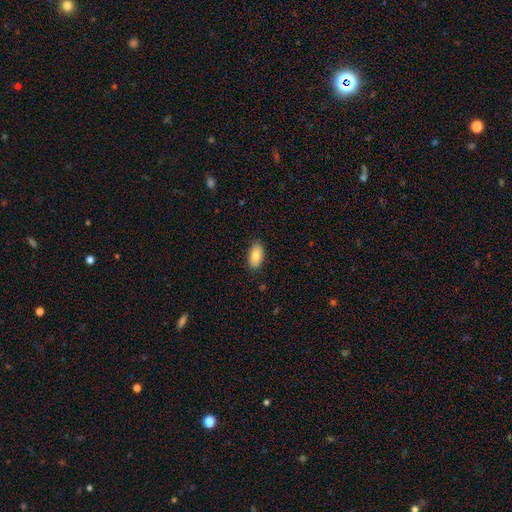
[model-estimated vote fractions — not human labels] smooth_or_featured: smooth (p=0.82) [alt: featured or disk p=0.11]
how_rounded: in between (p=0.93) [alt: round p=0.03]
merging: none (p=0.86) [alt: minor disturbance p=0.11]